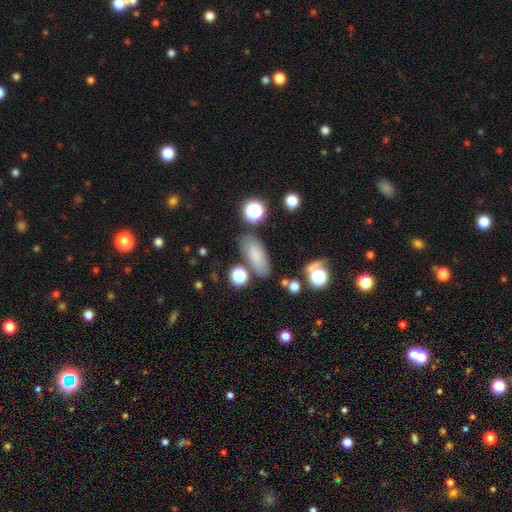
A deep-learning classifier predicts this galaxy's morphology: A smooth galaxy with no disk features (76%) that is in between round and cigar-shaped (76%). Merging: none (75%).